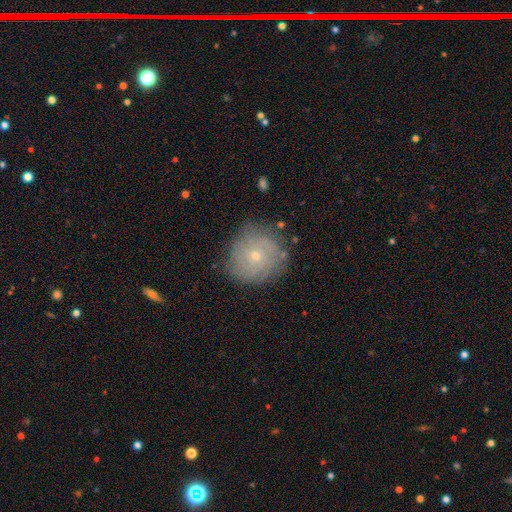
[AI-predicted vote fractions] Morphology: type=featured or disk (47%); merging=none (75%).